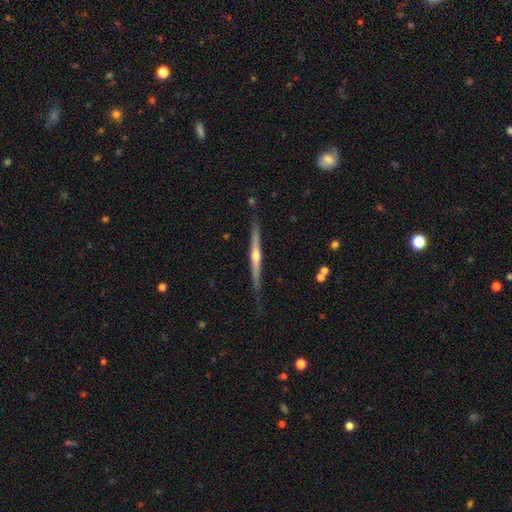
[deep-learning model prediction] featured or disk 74%, smooth 21%, star or artifact 5%. Down the decision tree: edge-on disk — yes (98%); edge-on bulge — rounded (81%); merging — none (80%).